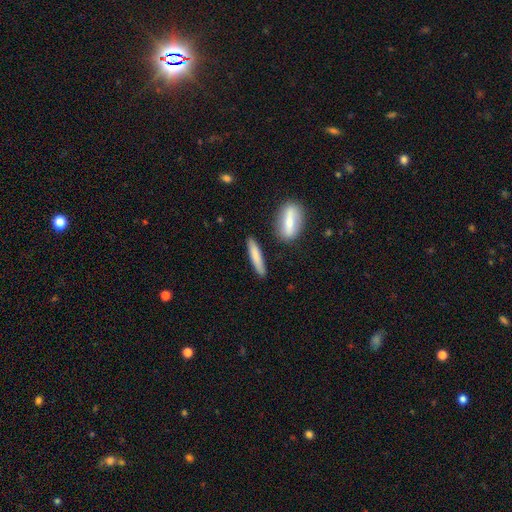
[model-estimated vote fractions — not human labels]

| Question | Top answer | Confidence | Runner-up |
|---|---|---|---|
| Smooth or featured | smooth | 76% | featured or disk (18%) |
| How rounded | cigar-shaped | 88% | in between (10%) |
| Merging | none | 86% | minor disturbance (8%) |